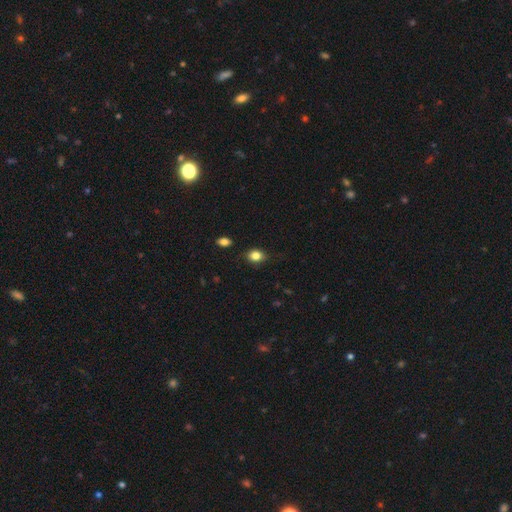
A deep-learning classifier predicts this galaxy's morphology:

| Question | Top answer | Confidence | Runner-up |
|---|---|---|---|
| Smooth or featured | smooth | 83% | star or artifact (10%) |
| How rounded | in between | 55% | round (44%) |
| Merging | none | 76% | minor disturbance (18%) |